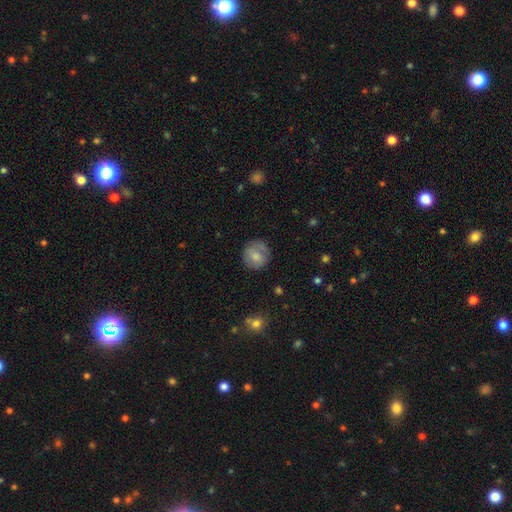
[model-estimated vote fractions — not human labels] The model was most divided on "smooth or featured": smooth: 72%, featured or disk: 21%, star or artifact: 7%. More confident: how rounded — round (90%); merging — none (77%).